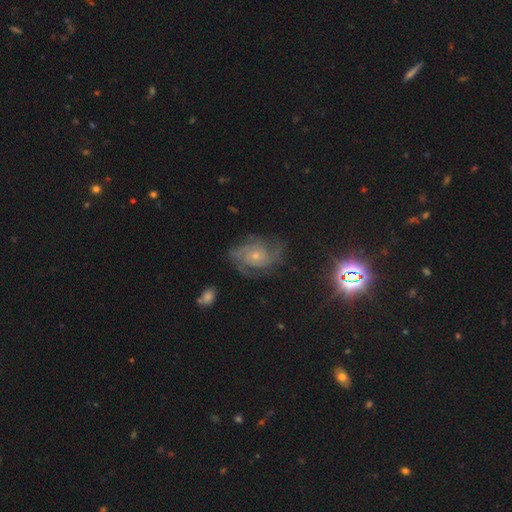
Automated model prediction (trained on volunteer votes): smooth_or_featured: featured or disk (p=0.83) [alt: star or artifact p=0.09]
disk_edge_on: no (p=0.98) [alt: yes p=0.02]
bar: no (p=0.76) [alt: weak p=0.20]
has_spiral_arms: yes (p=0.97) [alt: no p=0.03]
spiral_winding: tight (p=0.51) [alt: medium p=0.40]
spiral_arm_count: 3 (p=0.33) [alt: 2 p=0.25]
bulge_size: small (p=0.68) [alt: moderate p=0.27]
merging: none (p=0.69) [alt: minor disturbance p=0.19]